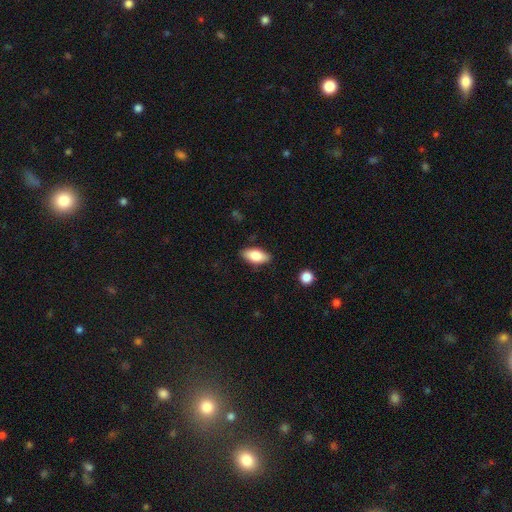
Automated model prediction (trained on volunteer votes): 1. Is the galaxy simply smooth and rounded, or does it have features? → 82% smooth, 11% featured or disk, 7% star or artifact.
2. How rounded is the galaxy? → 89% in between, 8% cigar-shaped, 3% round.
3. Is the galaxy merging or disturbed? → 85% none, 12% minor disturbance, 2% major disturbance, 1% merger.